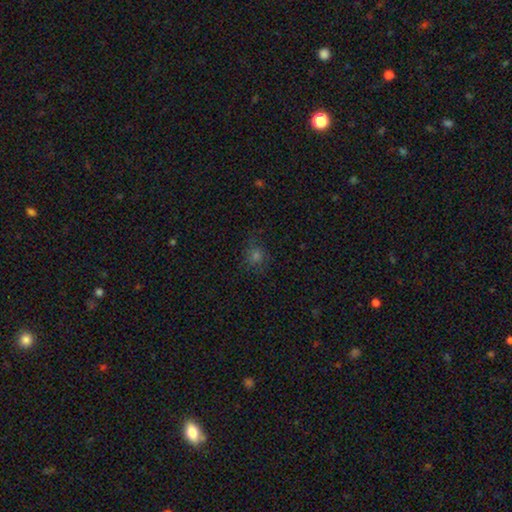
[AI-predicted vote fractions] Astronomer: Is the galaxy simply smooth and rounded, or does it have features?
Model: smooth — 58%.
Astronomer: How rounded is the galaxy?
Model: round — 79%.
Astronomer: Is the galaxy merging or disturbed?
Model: none — 73%.